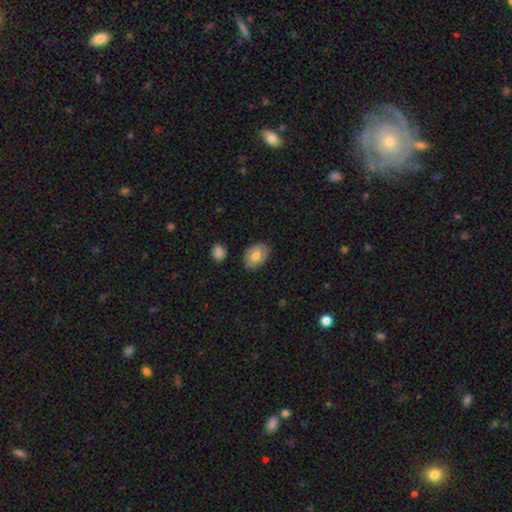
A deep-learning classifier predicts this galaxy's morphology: smooth-or-featured: smooth: 68% | featured or disk: 25% | star or artifact: 7%
  how-rounded: in between: 82% | round: 16% | cigar-shaped: 1%
  merging: none: 79% | minor disturbance: 15% | major disturbance: 3% | merger: 2%